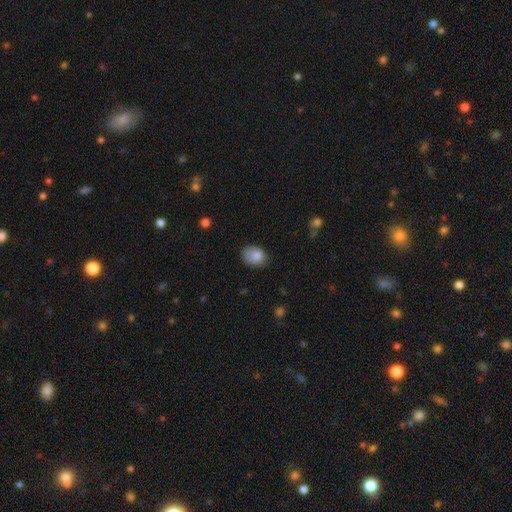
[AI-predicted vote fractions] This appears to be a smooth galaxy with no disk features (84%) that is in between round and cigar-shaped (69%). Merging: none (65%).